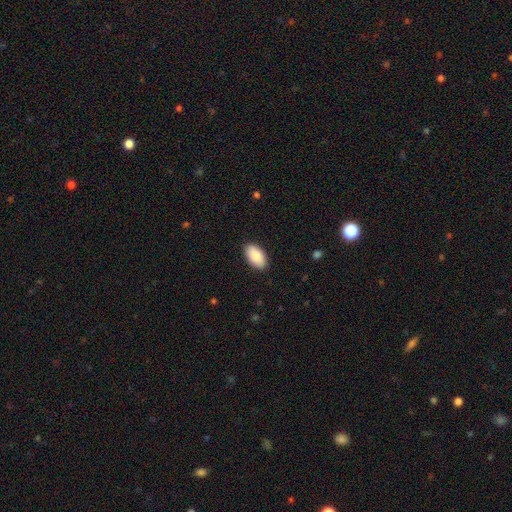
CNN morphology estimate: smooth 90%, star or artifact 6%, featured or disk 4%. Down the decision tree: how rounded — in between (96%); merging — none (89%).